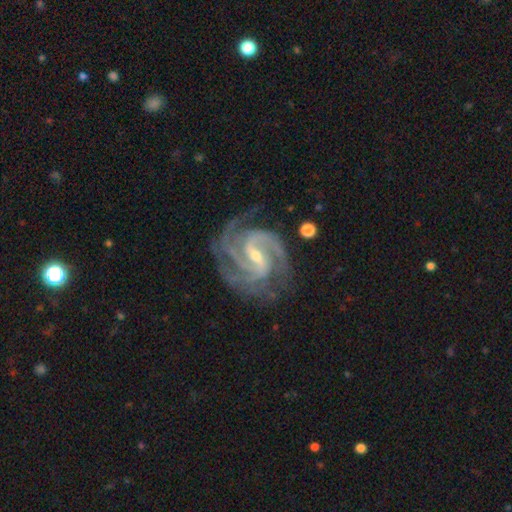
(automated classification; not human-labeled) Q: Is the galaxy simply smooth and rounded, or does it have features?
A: featured or disk — 94%.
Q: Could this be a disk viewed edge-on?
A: no — 98%.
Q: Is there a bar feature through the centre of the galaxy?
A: strong — 44%.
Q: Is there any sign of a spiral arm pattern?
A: yes — 99%.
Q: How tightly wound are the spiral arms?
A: tight — 51%.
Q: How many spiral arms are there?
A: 3 — 40%.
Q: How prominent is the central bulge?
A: small — 63%.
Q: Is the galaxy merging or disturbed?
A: none — 76%.